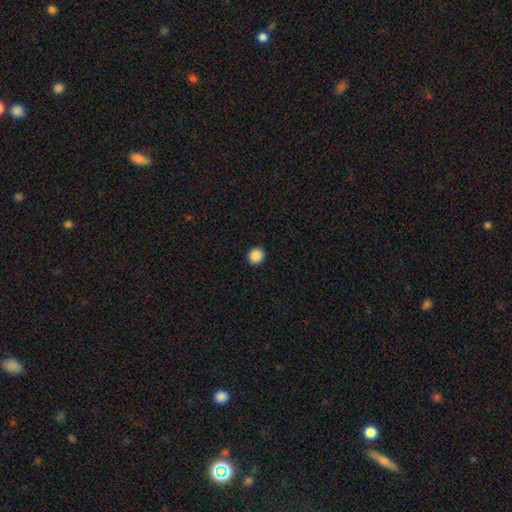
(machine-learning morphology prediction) This appears to be a smooth galaxy with no disk features (89%) that is round (85%). Merging: none (92%).